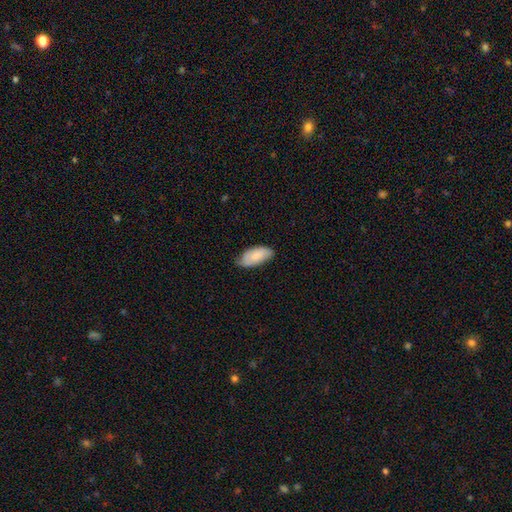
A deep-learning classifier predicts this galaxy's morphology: A smooth galaxy with no disk features (82%) that is in between round and cigar-shaped (92%).

Vote fractions:
- Smooth or featured? smooth: 82% / featured or disk: 12% / star or artifact: 6%
- How rounded? in between: 92% / cigar-shaped: 6% / round: 2%
- Merging? none: 65% / minor disturbance: 29% / major disturbance: 4% / merger: 1%